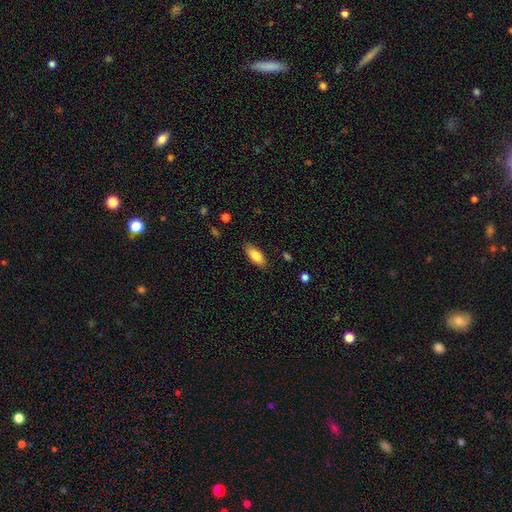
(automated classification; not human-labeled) This appears to be a smooth galaxy with no disk features (84%) that is in between round and cigar-shaped (80%). Merging: none (85%).